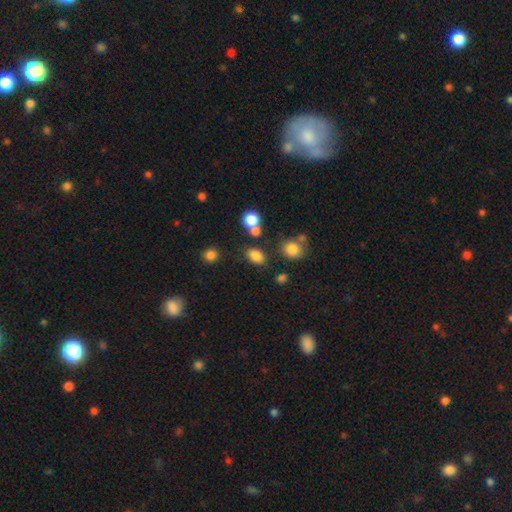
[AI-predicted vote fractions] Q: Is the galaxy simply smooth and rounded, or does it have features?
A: smooth — 81%.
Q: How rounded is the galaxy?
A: in between — 77%.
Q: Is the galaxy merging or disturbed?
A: none — 74%.